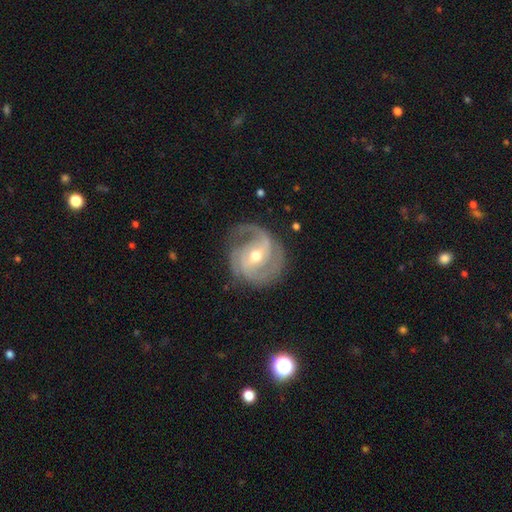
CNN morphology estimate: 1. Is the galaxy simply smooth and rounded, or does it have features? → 90% featured or disk, 5% star or artifact, 5% smooth.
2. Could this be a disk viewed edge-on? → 98% no, 2% yes.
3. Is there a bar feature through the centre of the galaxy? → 43% weak, 35% no, 22% strong.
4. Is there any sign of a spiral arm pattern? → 97% yes, 3% no.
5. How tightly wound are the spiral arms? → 44% medium (tied), 44% tight (tied), 12% loose.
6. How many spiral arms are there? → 38% 2, 37% 3, 11% can't tell, 6% 4, 5% 1, 4% more than 4.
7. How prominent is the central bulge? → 64% moderate, 32% small, 2% large, 1% none, 1% dominant.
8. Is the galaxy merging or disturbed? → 73% none, 17% minor disturbance, 8% major disturbance, 1% merger.